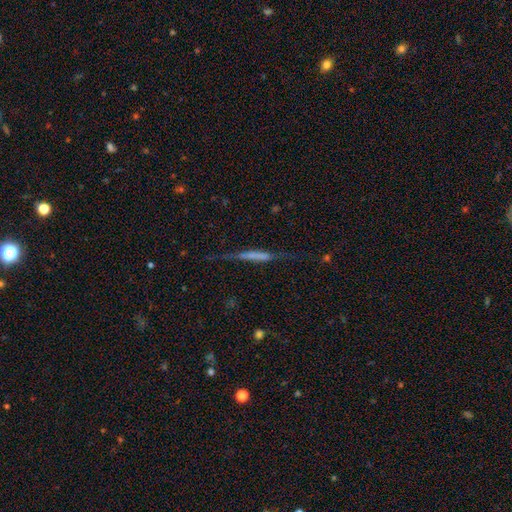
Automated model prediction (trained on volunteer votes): featured or disk 57%, smooth 34%, star or artifact 9%. Down the decision tree: edge-on disk — yes (89%); edge-on bulge — none (55%); merging — none (65%).